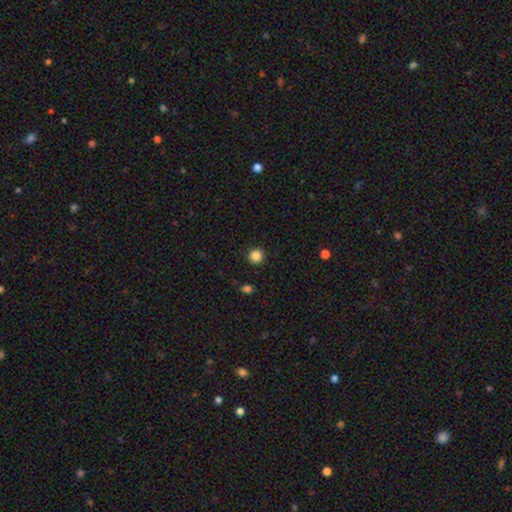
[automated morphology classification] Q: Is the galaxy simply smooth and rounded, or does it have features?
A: smooth — 86%.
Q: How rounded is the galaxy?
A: round — 96%.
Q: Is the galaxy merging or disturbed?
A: none — 92%.